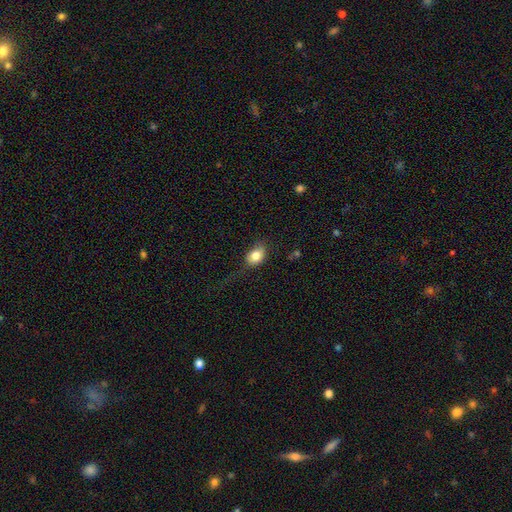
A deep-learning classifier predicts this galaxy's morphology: A smooth galaxy with no disk features (81%) that is in between round and cigar-shaped (71%). Merging: none (56%).